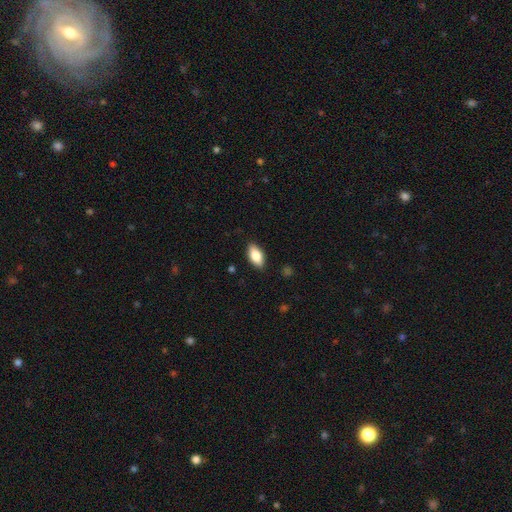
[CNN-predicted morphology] Q: Smooth or featured?
A: smooth (80%); runner-up: featured or disk (13%)
Q: How rounded?
A: in between (90%); runner-up: cigar-shaped (7%)
Q: Merging?
A: none (87%); runner-up: minor disturbance (10%)